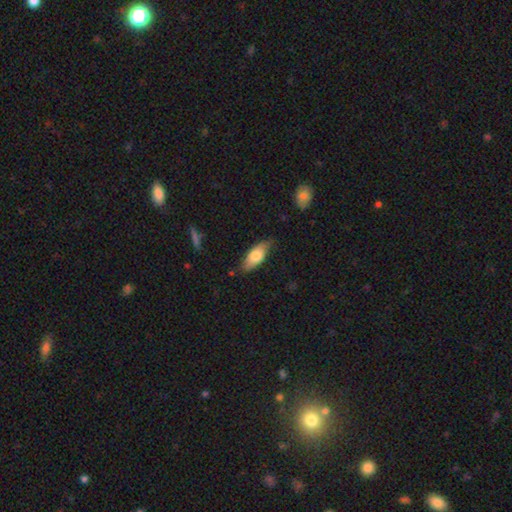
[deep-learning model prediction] smooth_or_featured: smooth (p=0.70) [alt: featured or disk p=0.24]
how_rounded: in between (p=0.79) [alt: cigar-shaped p=0.18]
merging: none (p=0.72) [alt: minor disturbance p=0.23]